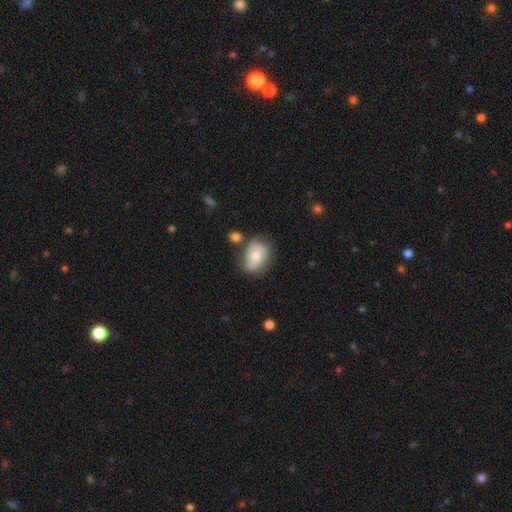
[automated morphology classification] Q: Smooth or featured?
A: smooth (59%); runner-up: featured or disk (33%)
Q: How rounded?
A: in between (76%); runner-up: round (23%)
Q: Merging?
A: none (56%); runner-up: minor disturbance (27%)